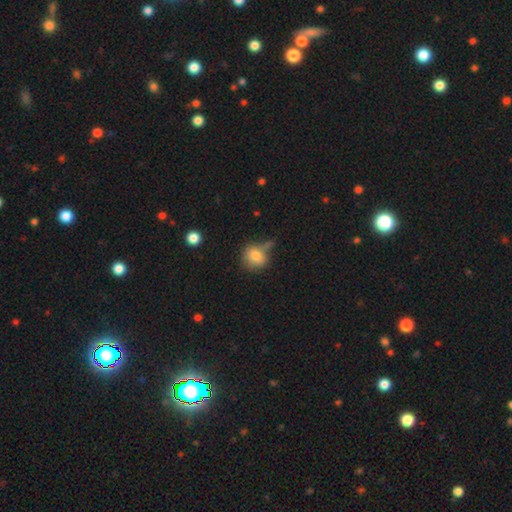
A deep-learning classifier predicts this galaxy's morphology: Smooth or featured: smooth — 79% (featured or disk — 12%)
How rounded: round — 76% (in between — 22%)
Merging: none — 55% (minor disturbance — 23%)